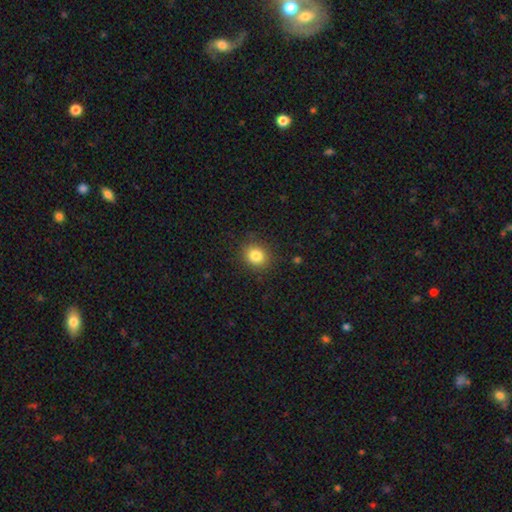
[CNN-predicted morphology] Smooth or featured? Predicted: smooth (p=0.84). How rounded? Predicted: round (p=0.72). Merging? Predicted: none (p=0.88).